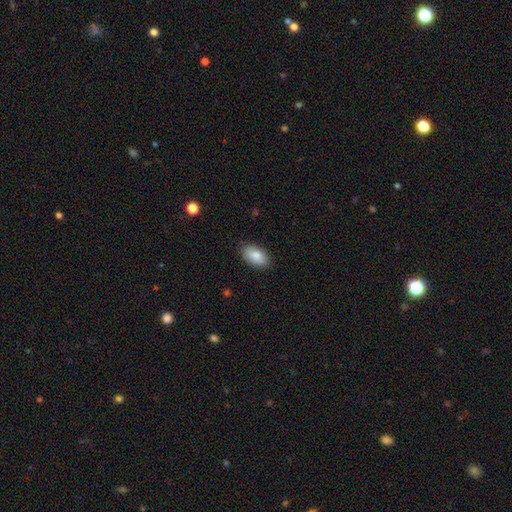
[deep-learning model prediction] A smooth galaxy with no disk features (86%) that is in between round and cigar-shaped (94%).

Vote fractions:
- Smooth or featured? smooth: 86% / featured or disk: 8% / star or artifact: 7%
- How rounded? in between: 94% / round: 4% / cigar-shaped: 3%
- Merging? none: 87% / minor disturbance: 10% / major disturbance: 2% / merger: 1%